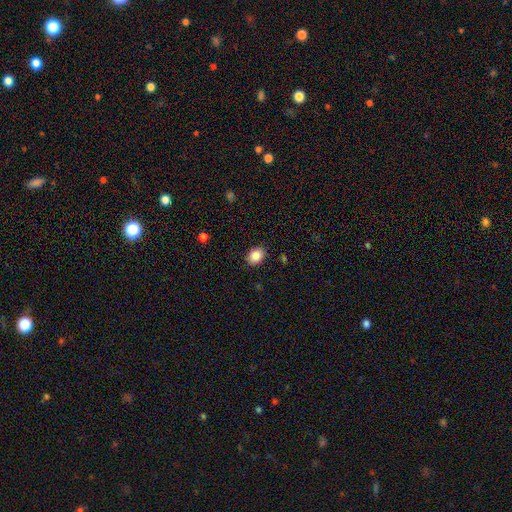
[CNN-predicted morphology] A smooth galaxy with no disk features (87%) that is in between round and cigar-shaped (66%).

Vote fractions:
- Smooth or featured? smooth: 87% / star or artifact: 8% / featured or disk: 5%
- How rounded? in between: 66% / round: 33% / cigar-shaped: 1%
- Merging? none: 88% / minor disturbance: 9% / major disturbance: 2% / merger: 1%